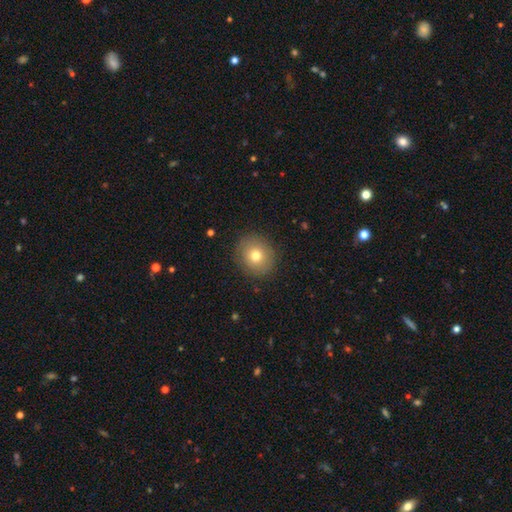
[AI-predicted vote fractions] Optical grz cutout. It shows a smooth galaxy with no disk features (75%) that is round (82%). Merging: none (88%).